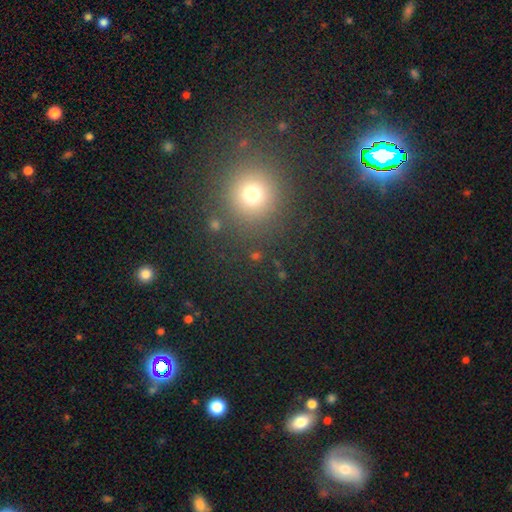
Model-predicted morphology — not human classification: A smooth galaxy with no disk features (56%) that is round (89%). Merging: none (86%).